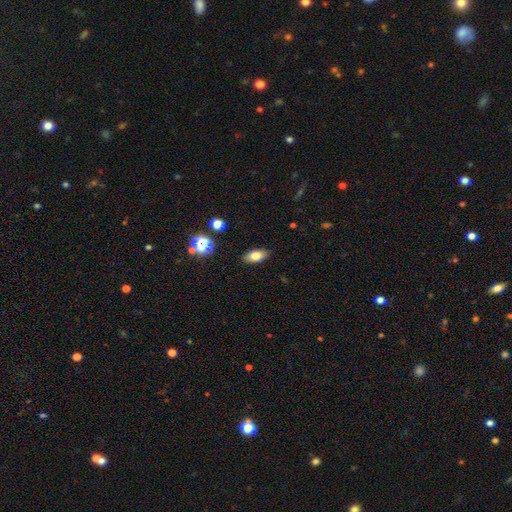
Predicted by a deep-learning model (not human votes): This is likely a smooth galaxy (78%). How rounded: clearly in between (87%). Merging: clearly none (87%).